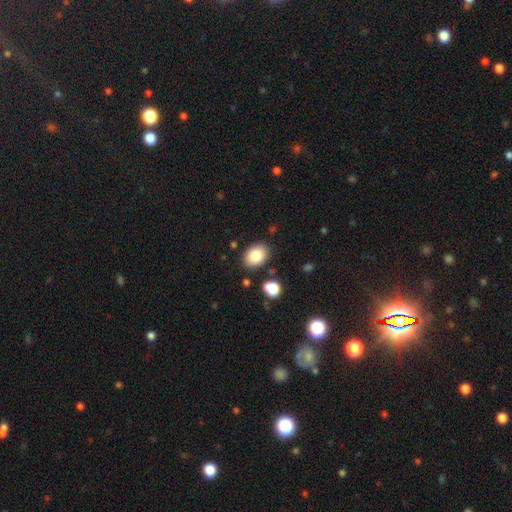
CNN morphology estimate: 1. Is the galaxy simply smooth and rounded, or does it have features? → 84% smooth, 8% star or artifact, 8% featured or disk.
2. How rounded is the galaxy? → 76% in between, 23% round, 1% cigar-shaped.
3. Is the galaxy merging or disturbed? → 85% none, 9% minor disturbance, 3% merger, 2% major disturbance.